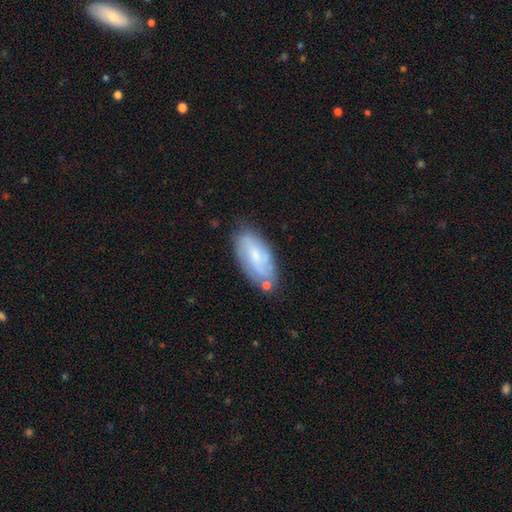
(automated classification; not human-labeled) Smooth or featured?
  - featured or disk: 50% *
  - smooth: 42%
  - star or artifact: 8%
Edge-on disk?
  - no: 90% *
  - yes: 10%
Merging?
  - none: 68% *
  - minor disturbance: 21%
  - merger: 6%
  - major disturbance: 6%